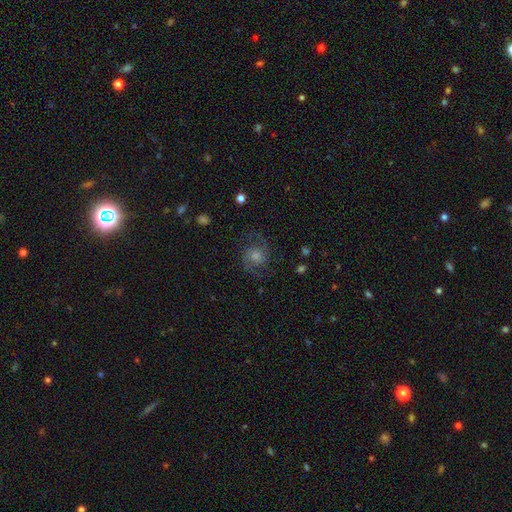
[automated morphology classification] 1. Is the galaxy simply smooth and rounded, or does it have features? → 77% featured or disk, 12% star or artifact, 11% smooth.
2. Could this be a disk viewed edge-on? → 98% no, 2% yes.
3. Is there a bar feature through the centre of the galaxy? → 64% no, 31% weak, 5% strong.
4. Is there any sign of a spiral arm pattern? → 97% yes, 3% no.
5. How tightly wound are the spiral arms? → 58% medium, 23% tight, 19% loose.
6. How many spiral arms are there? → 91% 2, 3% can't tell, 2% 3, 1% 1, 1% 4, 1% more than 4.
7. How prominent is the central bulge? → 48% moderate, 27% small, 15% large, 8% none, 2% dominant.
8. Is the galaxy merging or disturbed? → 81% none, 12% minor disturbance, 6% major disturbance, 1% merger.